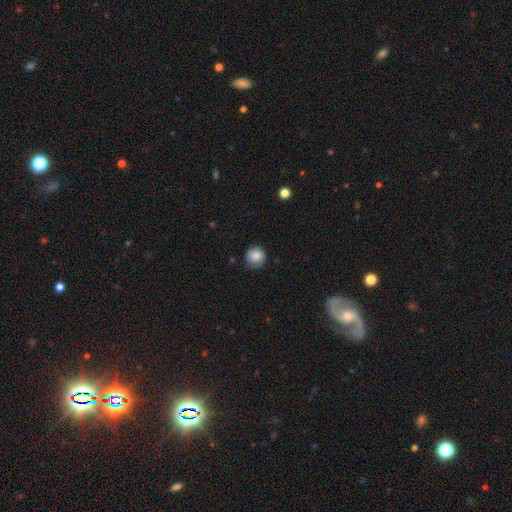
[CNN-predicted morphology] The model was most divided on "merging": none: 75%, minor disturbance: 19%, major disturbance: 4%, merger: 1%. More confident: how rounded — round (91%); smooth or featured — smooth (84%).